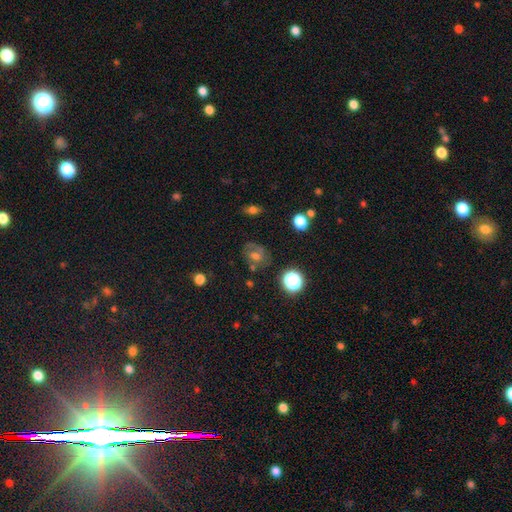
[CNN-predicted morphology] A smooth galaxy with no disk features (42%).

Vote fractions:
- Smooth or featured? smooth: 42% / featured or disk: 37% / star or artifact: 20%
- Merging? none: 61% / minor disturbance: 21% / major disturbance: 13% / merger: 5%